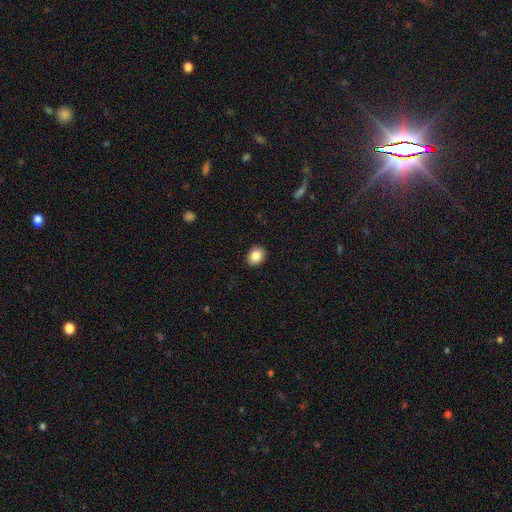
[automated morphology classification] Smooth or featured: smooth — 86% (star or artifact — 9%)
How rounded: round — 51% (in between — 48%)
Merging: none — 90% (minor disturbance — 7%)